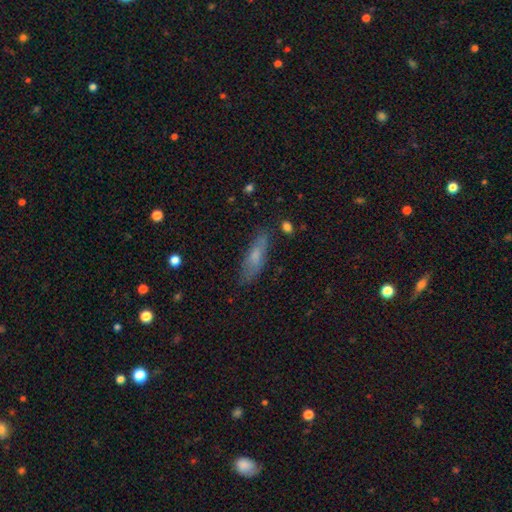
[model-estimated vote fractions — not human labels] Smooth or featured? Predicted: smooth (p=0.63). How rounded? Predicted: cigar-shaped (p=0.55). Merging? Predicted: none (p=0.76).